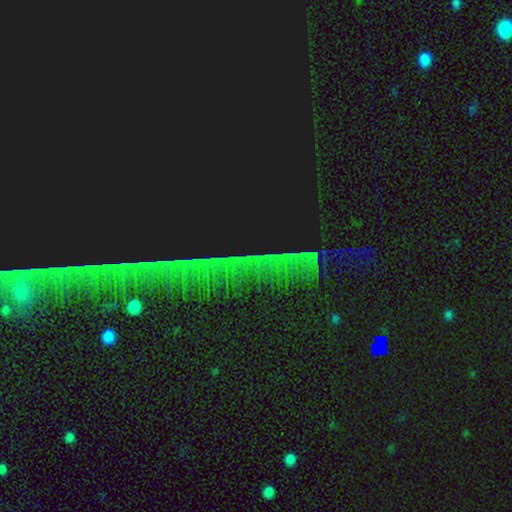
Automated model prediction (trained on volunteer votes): smooth-or-featured: star or artifact: 83% | featured or disk: 9% | smooth: 8%